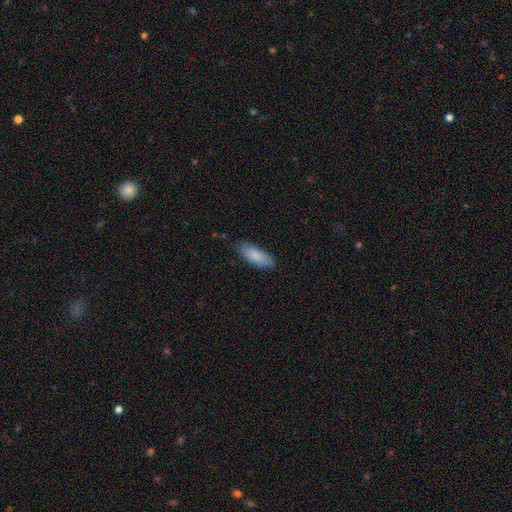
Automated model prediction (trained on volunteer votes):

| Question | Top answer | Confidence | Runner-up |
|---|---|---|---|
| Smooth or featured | smooth | 85% | featured or disk (9%) |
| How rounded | in between | 77% | cigar-shaped (21%) |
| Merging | none | 77% | minor disturbance (18%) |